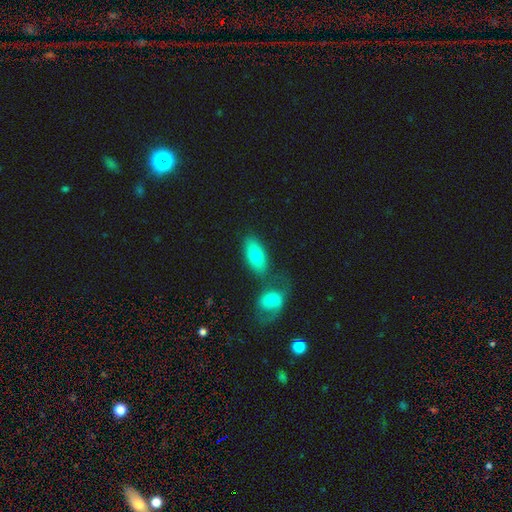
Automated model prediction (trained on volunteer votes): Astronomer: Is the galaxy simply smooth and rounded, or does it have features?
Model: smooth — 74%.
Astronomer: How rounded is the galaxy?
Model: in between — 88%.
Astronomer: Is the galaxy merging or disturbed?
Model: none — 63%.